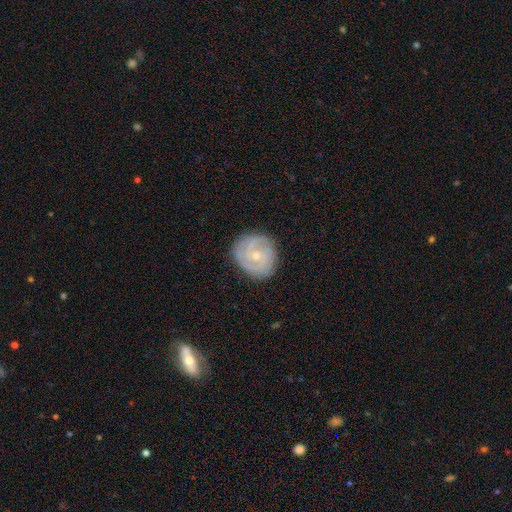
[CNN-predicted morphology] smooth-or-featured: featured or disk: 81% | smooth: 13% | star or artifact: 6%
  disk-edge-on: no: 98% | yes: 2%
    bar: no: 66% | weak: 29% | strong: 5%
    has-spiral-arms: yes: 95% | no: 5%
      spiral-winding: tight: 67% | medium: 27% | loose: 5%
      spiral-arm-count: 2: 36% | 3: 30% | can't tell: 18% | 4: 6% | 1: 5% | more than 4: 4%
    bulge-size: small: 70% | moderate: 27% | none: 1% | large: 1% | dominant: 1%
  merging: none: 83% | minor disturbance: 13% | major disturbance: 3% | merger: 1%